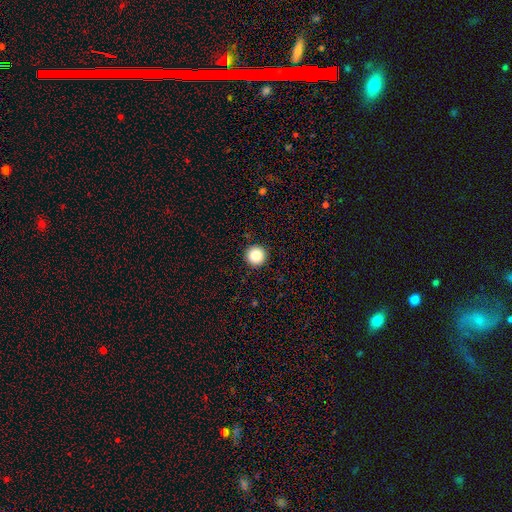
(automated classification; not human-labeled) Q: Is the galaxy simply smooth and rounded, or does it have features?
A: smooth — 85%.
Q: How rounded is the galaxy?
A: round — 97%.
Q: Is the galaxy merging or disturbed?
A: none — 93%.